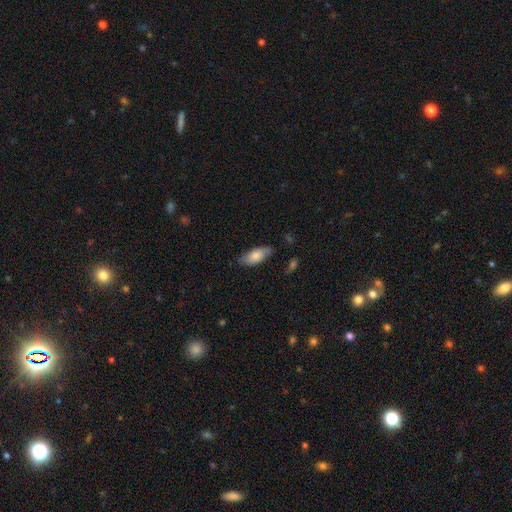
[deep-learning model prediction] Smooth or featured?
  - smooth: 77% *
  - featured or disk: 17%
  - star or artifact: 6%
How rounded?
  - in between: 85% *
  - cigar-shaped: 13%
  - round: 2%
Merging?
  - none: 76% *
  - minor disturbance: 18%
  - major disturbance: 4%
  - merger: 2%